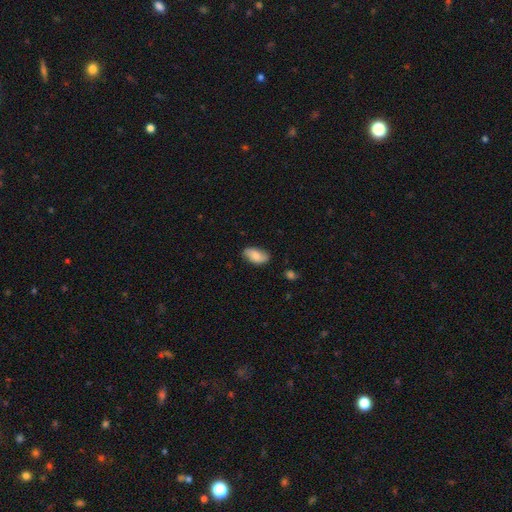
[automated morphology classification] type=smooth (74%); roundness=in between (93%); merging=none (76%).